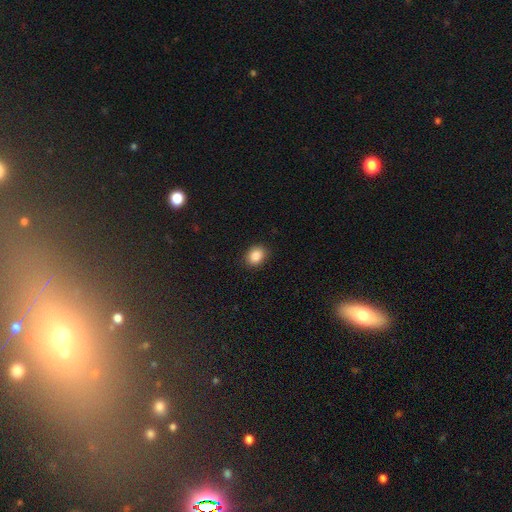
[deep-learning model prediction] This is clearly a smooth galaxy (88%). How rounded: possibly in between (55%). Merging: clearly none (87%).